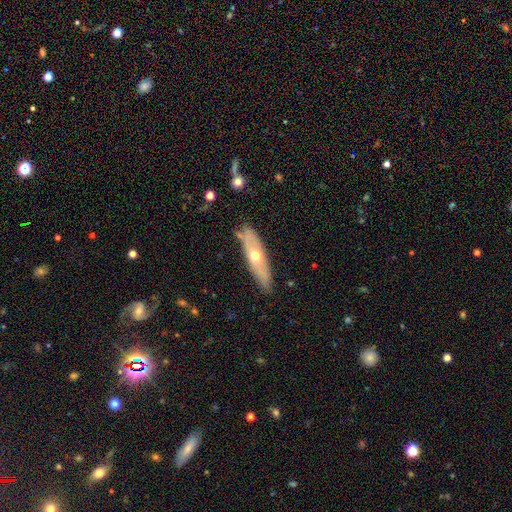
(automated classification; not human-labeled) Q: Smooth or featured?
A: featured or disk (50%); runner-up: smooth (44%)
Q: Edge-on disk?
A: yes (58%); runner-up: no (42%)
Q: Merging?
A: none (80%); runner-up: minor disturbance (15%)